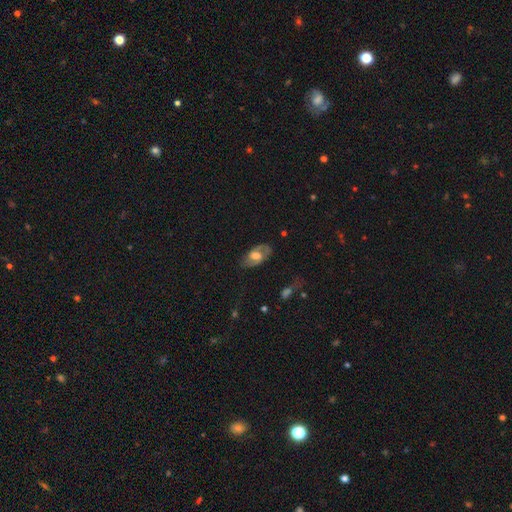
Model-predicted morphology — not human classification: smooth-or-featured: featured or disk: 63% | smooth: 31% | star or artifact: 6%
  disk-edge-on: no: 92% | yes: 8%
    bar: no: 49% | weak: 40% | strong: 11%
    has-spiral-arms: yes: 72% | no: 28%
    bulge-size: moderate: 49% | large: 37% | small: 9% | none: 3% | dominant: 2%
  merging: none: 76% | minor disturbance: 16% | major disturbance: 6% | merger: 1%